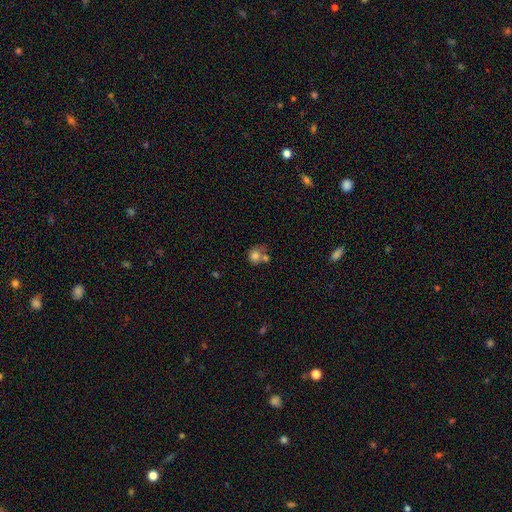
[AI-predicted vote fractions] Overall: smooth (76%). How rounded: round (75%). Merging: merger (41%; none 35%).